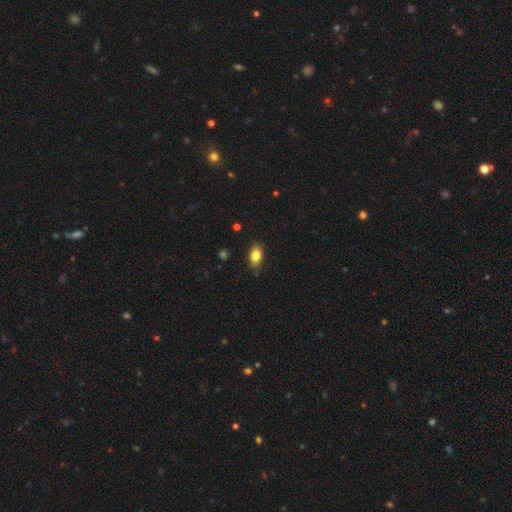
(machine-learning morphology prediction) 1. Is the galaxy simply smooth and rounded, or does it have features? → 83% smooth, 9% star or artifact, 8% featured or disk.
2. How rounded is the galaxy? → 86% in between, 11% round, 3% cigar-shaped.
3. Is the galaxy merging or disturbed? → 83% none, 13% minor disturbance, 2% major disturbance, 1% merger.